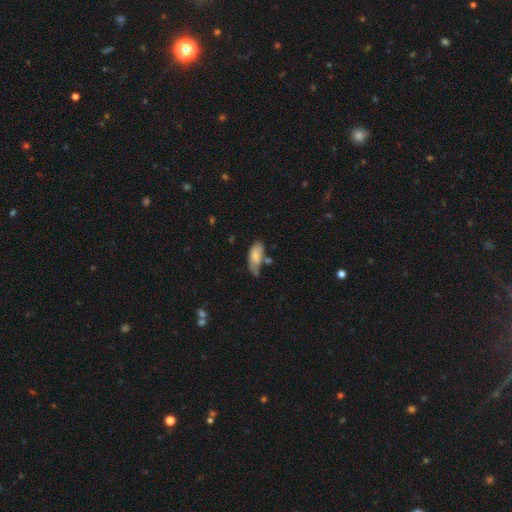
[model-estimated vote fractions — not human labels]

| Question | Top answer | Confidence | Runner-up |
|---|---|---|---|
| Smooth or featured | smooth | 74% | featured or disk (19%) |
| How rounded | in between | 86% | cigar-shaped (11%) |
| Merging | none | 39% | minor disturbance (34%) |